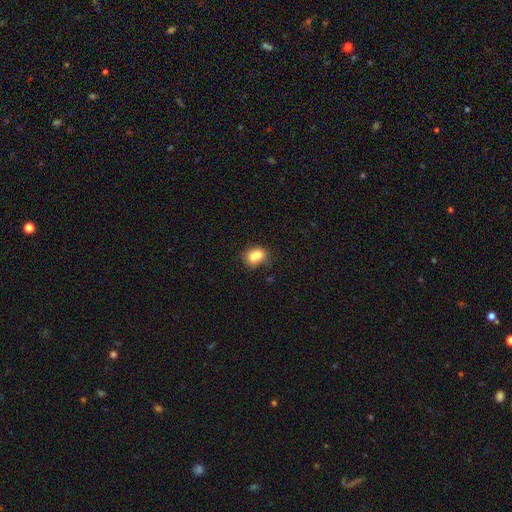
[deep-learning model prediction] The model was most divided on "how rounded": round: 56%, in between: 43%, cigar-shaped: 1%. More confident: smooth or featured — smooth (71%); merging — merger (54%).